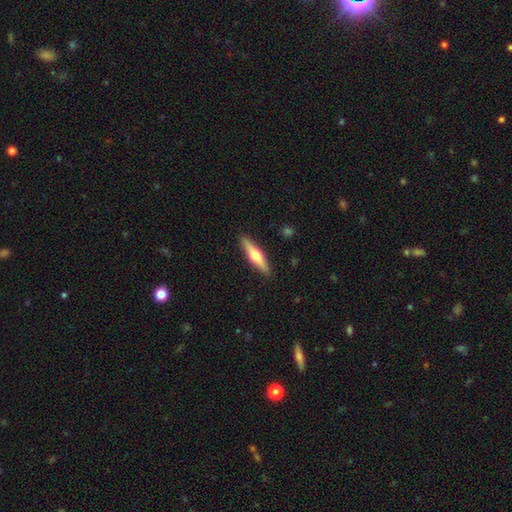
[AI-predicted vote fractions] Smooth or featured: featured or disk — 54% (smooth — 40%)
Edge-on disk: yes — 95% (no — 5%)
Edge-on bulge: rounded — 93% (boxy — 4%)
Merging: none — 90% (minor disturbance — 7%)